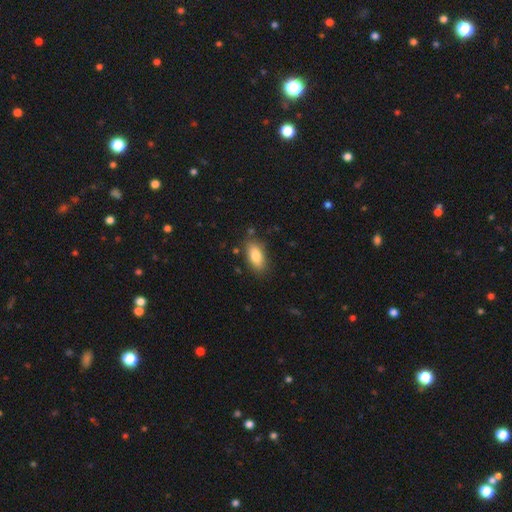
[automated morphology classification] Smooth or featured: smooth — 83% (featured or disk — 10%)
How rounded: in between — 88% (cigar-shaped — 9%)
Merging: none — 81% (minor disturbance — 13%)